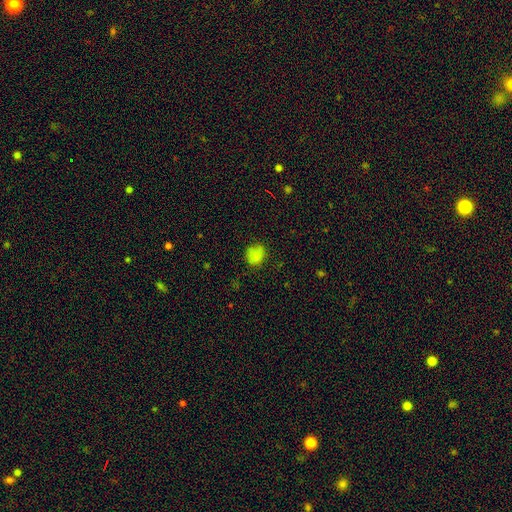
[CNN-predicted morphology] Smooth or featured? Predicted: smooth (p=0.80). How rounded? Predicted: round (p=0.63). Merging? Predicted: none (p=0.65).